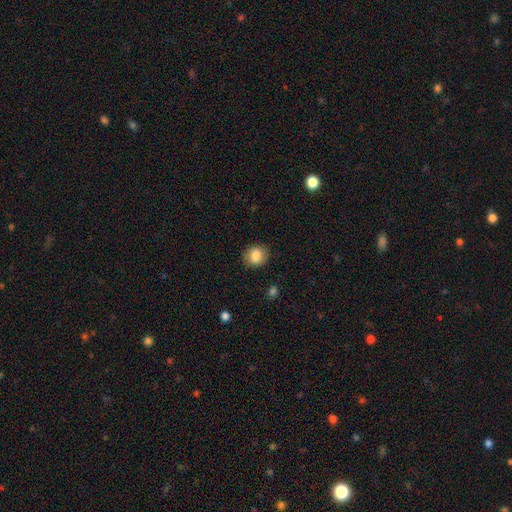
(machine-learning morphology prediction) Smooth or featured? smooth (84%)
How rounded? round (65%)
Merging? none (86%)